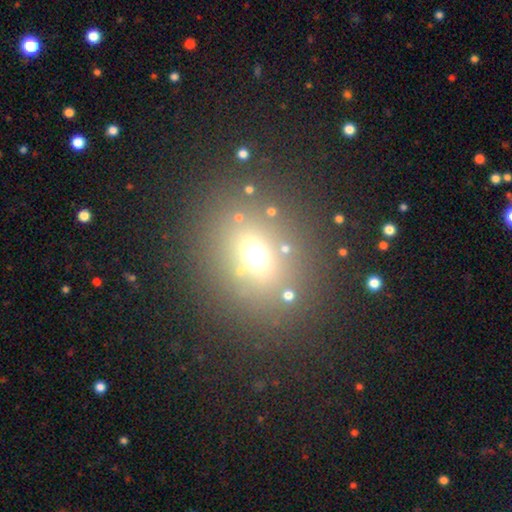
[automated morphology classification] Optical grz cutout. It shows a smooth galaxy with no disk features (61%) that is round (57%). Merging: none (78%).